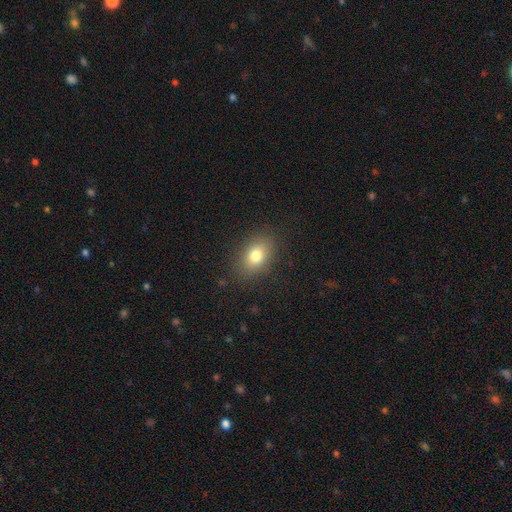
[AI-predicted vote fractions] Smooth or featured?
  - smooth: 79% *
  - featured or disk: 11%
  - star or artifact: 11%
How rounded?
  - in between: 76% *
  - round: 23%
  - cigar-shaped: 2%
Merging?
  - none: 85% *
  - minor disturbance: 10%
  - major disturbance: 4%
  - merger: 1%